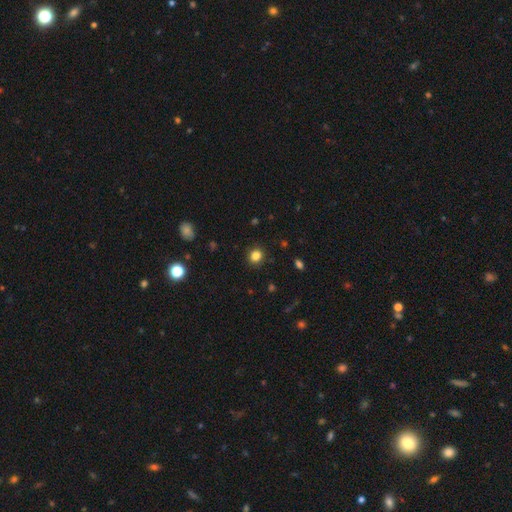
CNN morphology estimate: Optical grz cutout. It shows a smooth galaxy with no disk features (83%) that is round (84%). Merging: none (90%).